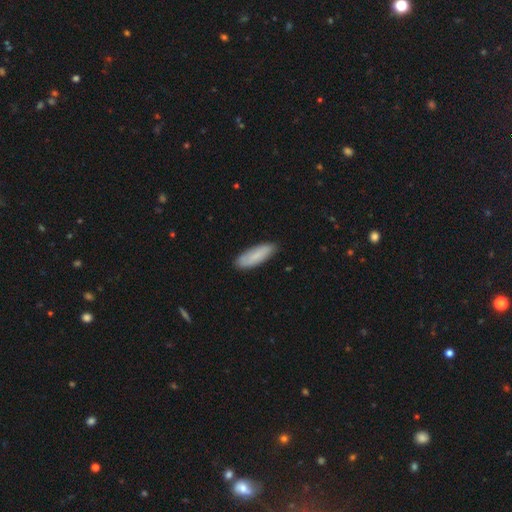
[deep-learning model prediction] Q: Smooth or featured?
A: smooth (78%); runner-up: featured or disk (16%)
Q: How rounded?
A: in between (55%); runner-up: cigar-shaped (43%)
Q: Merging?
A: none (84%); runner-up: minor disturbance (13%)